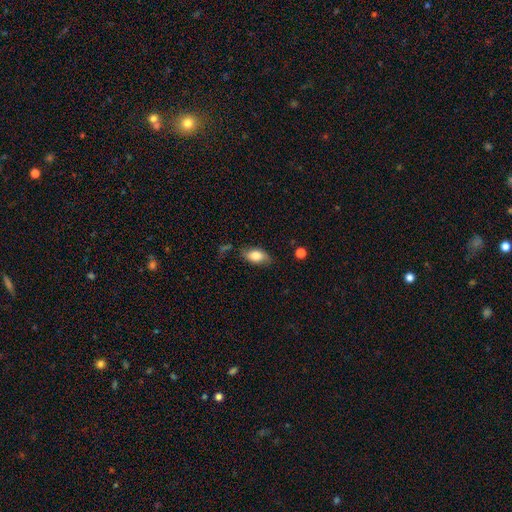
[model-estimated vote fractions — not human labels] smooth_or_featured: smooth (p=0.79) [alt: featured or disk p=0.14]
how_rounded: in between (p=0.90) [alt: round p=0.06]
merging: none (p=0.70) [alt: minor disturbance p=0.21]